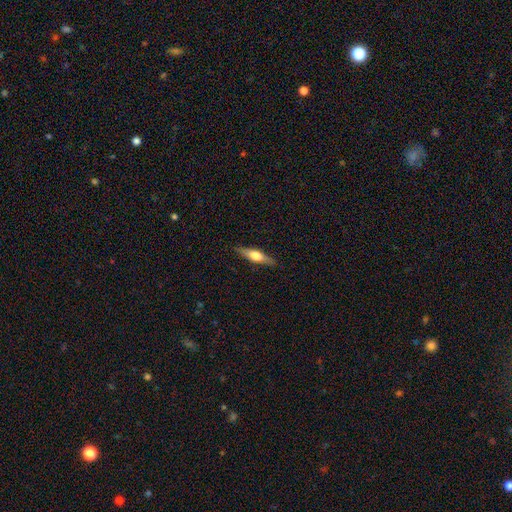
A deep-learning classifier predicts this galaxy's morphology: Q: Smooth or featured?
A: featured or disk (53%); runner-up: smooth (42%)
Q: Edge-on disk?
A: yes (94%); runner-up: no (6%)
Q: Merging?
A: none (87%); runner-up: minor disturbance (10%)